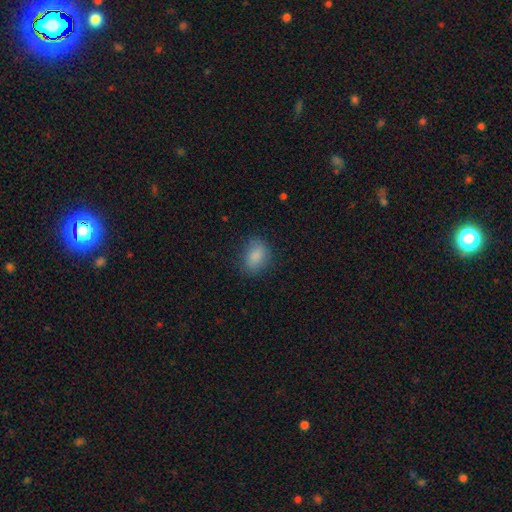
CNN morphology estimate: Smooth or featured?
  - smooth: 86% *
  - star or artifact: 8%
  - featured or disk: 6%
How rounded?
  - in between: 73% *
  - round: 25%
  - cigar-shaped: 1%
Merging?
  - none: 75% *
  - minor disturbance: 18%
  - major disturbance: 5%
  - merger: 1%